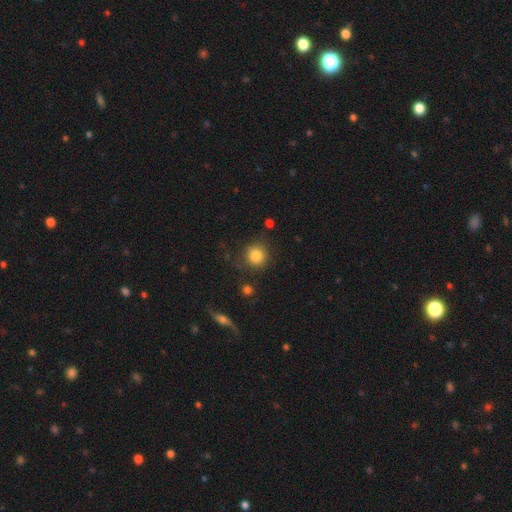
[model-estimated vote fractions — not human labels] smooth-or-featured: smooth: 83% | star or artifact: 11% | featured or disk: 7%
  how-rounded: round: 90% | in between: 9% | cigar-shaped: 1%
  merging: none: 77% | minor disturbance: 14% | major disturbance: 6% | merger: 3%